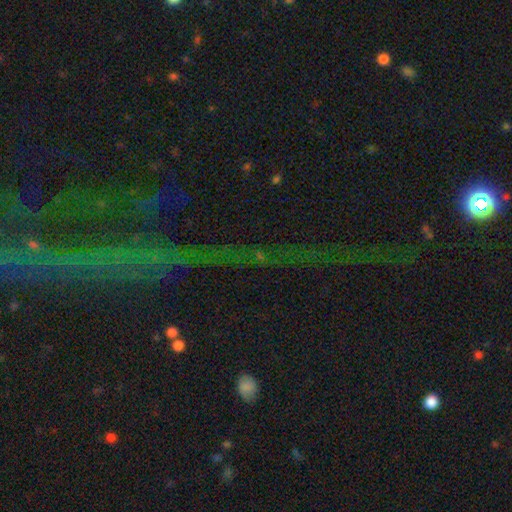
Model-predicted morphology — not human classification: type=star or artifact (76%).